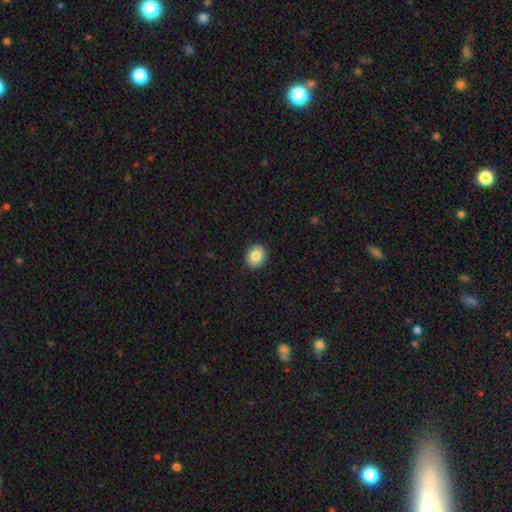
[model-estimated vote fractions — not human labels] Smooth or featured: smooth — 84% (star or artifact — 8%)
How rounded: round — 58% (in between — 41%)
Merging: none — 91% (minor disturbance — 7%)